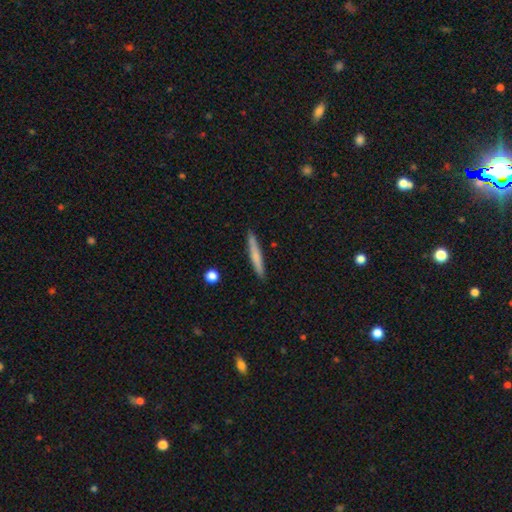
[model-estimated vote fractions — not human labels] Q: Smooth or featured?
A: smooth (65%); runner-up: featured or disk (29%)
Q: How rounded?
A: cigar-shaped (95%); runner-up: in between (3%)
Q: Merging?
A: none (90%); runner-up: minor disturbance (7%)